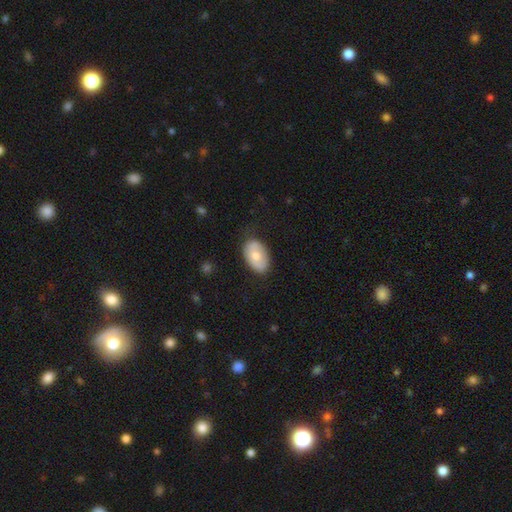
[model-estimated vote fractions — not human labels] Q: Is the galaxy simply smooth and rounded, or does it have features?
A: smooth — 64%.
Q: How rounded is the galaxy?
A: in between — 89%.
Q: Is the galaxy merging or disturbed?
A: none — 76%.